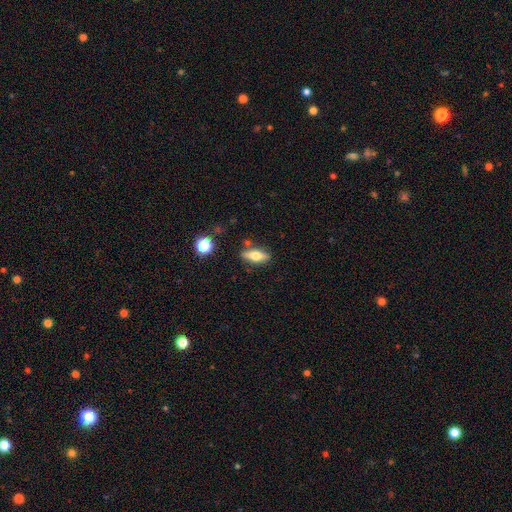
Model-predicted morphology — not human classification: Smooth or featured? Predicted: smooth (p=0.51). How rounded? Predicted: in between (p=0.62). Merging? Predicted: none (p=0.82).